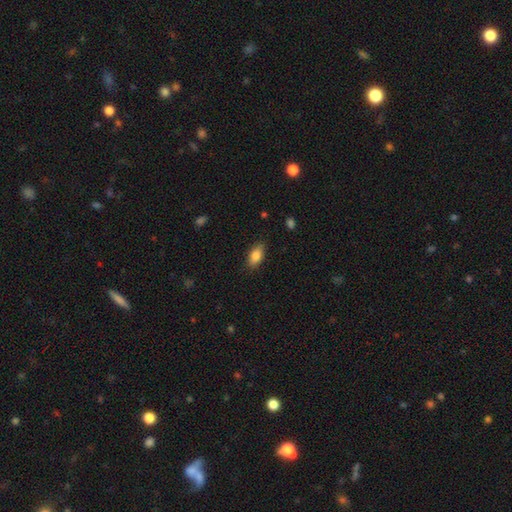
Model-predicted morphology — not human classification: smooth 83%, featured or disk 9%, star or artifact 8%. Down the decision tree: how rounded — in between (89%); merging — none (85%).